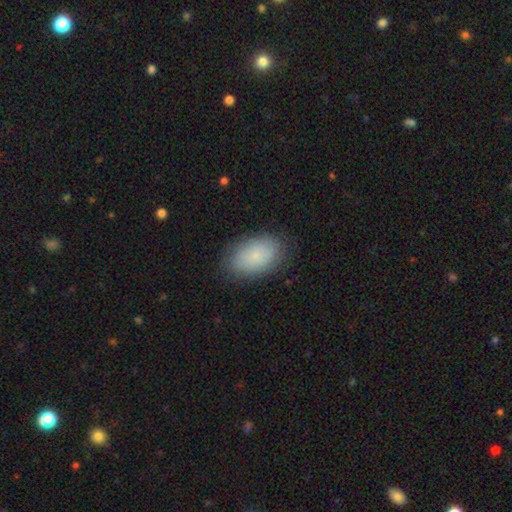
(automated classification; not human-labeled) Smooth or featured?
  - smooth: 83% *
  - featured or disk: 10%
  - star or artifact: 7%
How rounded?
  - in between: 92% *
  - round: 7%
  - cigar-shaped: 1%
Merging?
  - none: 84% *
  - minor disturbance: 12%
  - major disturbance: 3%
  - merger: 1%